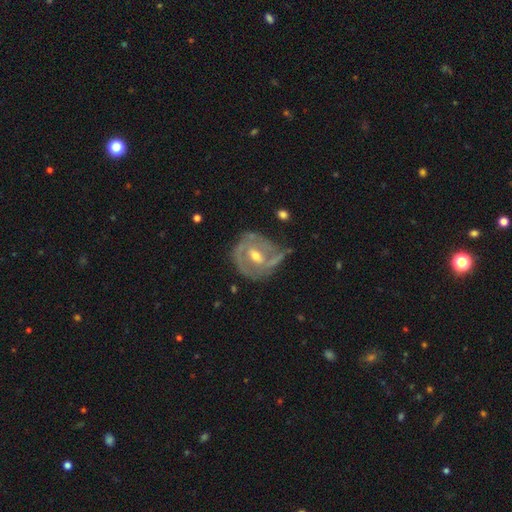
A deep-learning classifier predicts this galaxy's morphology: This appears to be a featured or disk galaxy (81%) with a weak bar (49%), 2 (47%) tight (50%) spiral arms (82%) and a moderate central bulge (66%). Merging: none (54%).